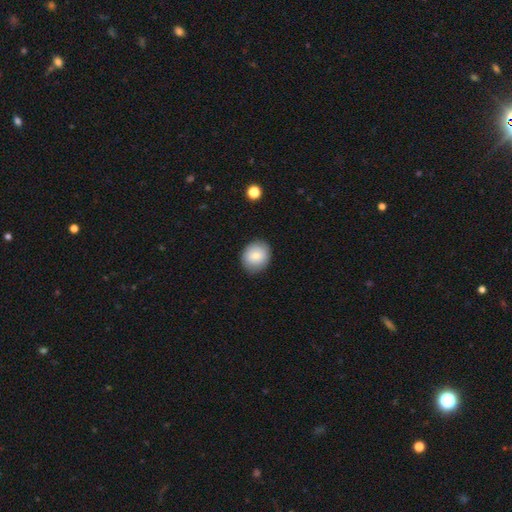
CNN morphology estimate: A smooth galaxy with no disk features (77%) that is round (74%). Merging: none (85%).